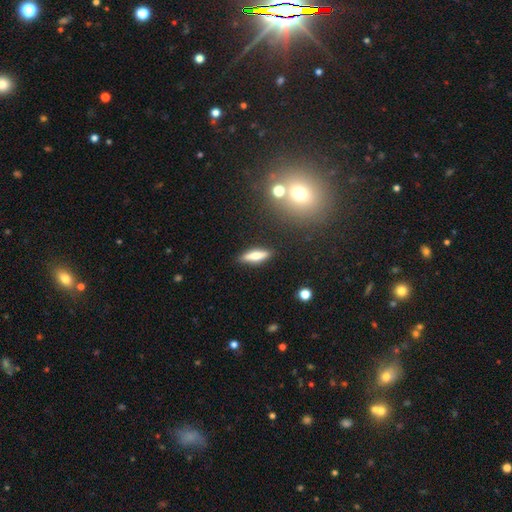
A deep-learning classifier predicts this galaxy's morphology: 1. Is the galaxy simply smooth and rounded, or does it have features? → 64% smooth, 28% featured or disk, 8% star or artifact.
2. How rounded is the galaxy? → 66% cigar-shaped, 32% in between, 2% round.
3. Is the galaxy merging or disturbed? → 87% none, 9% minor disturbance, 2% major disturbance, 2% merger.